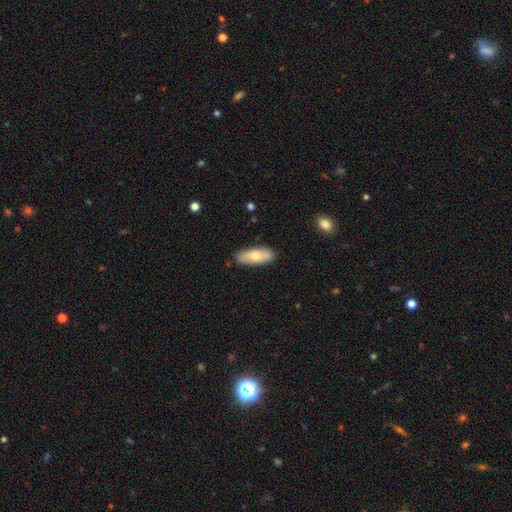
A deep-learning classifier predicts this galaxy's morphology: smooth_or_featured: smooth (p=0.72) [alt: featured or disk p=0.22]
how_rounded: in between (p=0.74) [alt: cigar-shaped p=0.24]
merging: none (p=0.85) [alt: minor disturbance p=0.12]